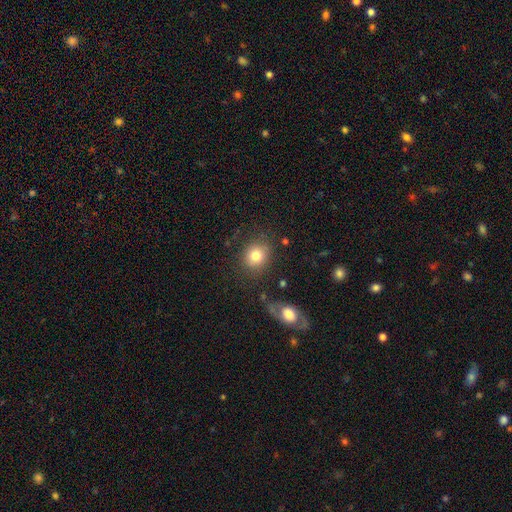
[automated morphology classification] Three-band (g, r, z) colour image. It shows a smooth galaxy with no disk features (80%) that is round (75%). Merging: none (82%).